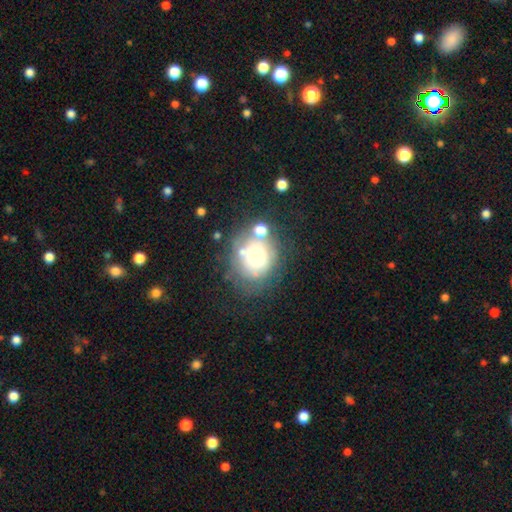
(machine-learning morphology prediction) smooth 53%, featured or disk 34%, star or artifact 14%. Down the decision tree: how rounded — round (67%); merging — none (51%).